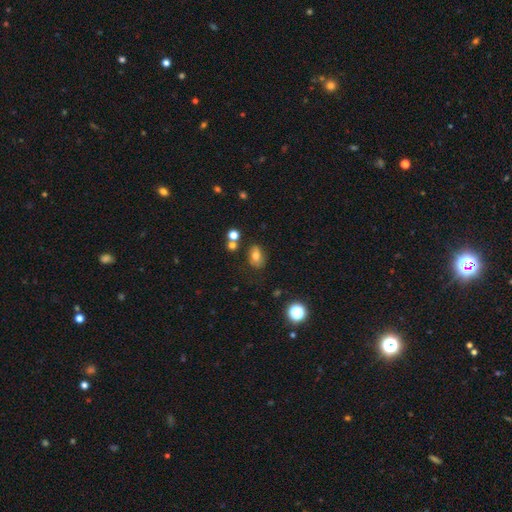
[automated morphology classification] smooth 74%, star or artifact 14%, featured or disk 12%. Down the decision tree: how rounded — in between (79%); merging — none (70%).